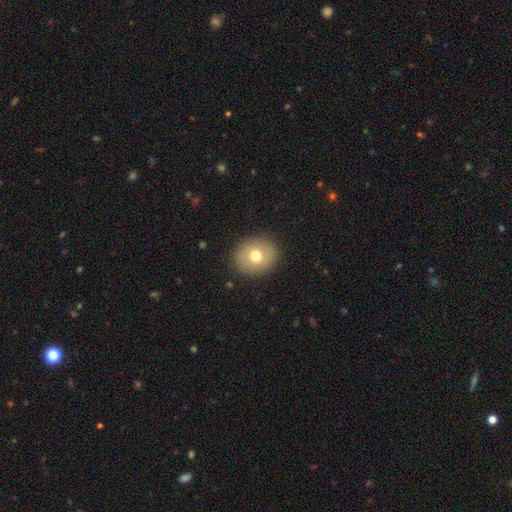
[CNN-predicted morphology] smooth 72%, featured or disk 18%, star or artifact 10%. Down the decision tree: how rounded — round (68%); merging — none (89%).